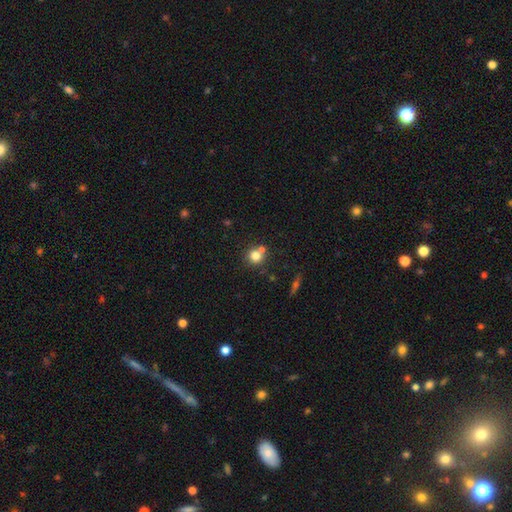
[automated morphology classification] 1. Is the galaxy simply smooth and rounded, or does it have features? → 77% smooth, 13% star or artifact, 10% featured or disk.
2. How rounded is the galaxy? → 90% round, 9% in between, 1% cigar-shaped.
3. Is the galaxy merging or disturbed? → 61% none, 28% merger, 8% minor disturbance, 3% major disturbance.